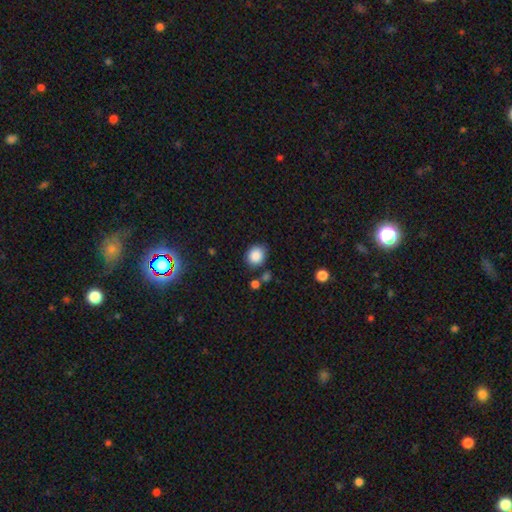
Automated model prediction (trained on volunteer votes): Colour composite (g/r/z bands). It shows a smooth galaxy with no disk features (87%) that is round (78%). Merging: none (78%).